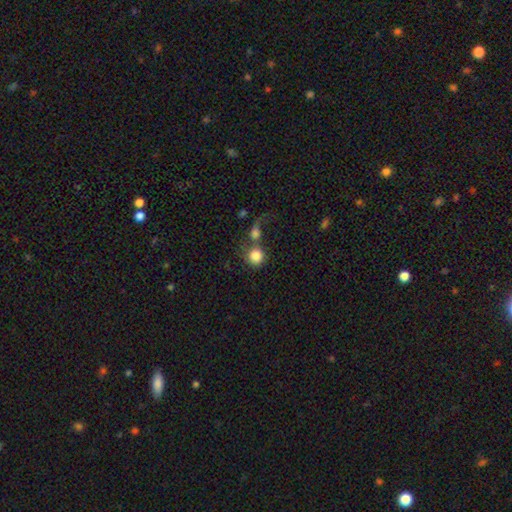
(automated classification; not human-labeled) This is clearly a smooth galaxy (81%). How rounded: clearly round (88%). Merging: possibly merger (50%).